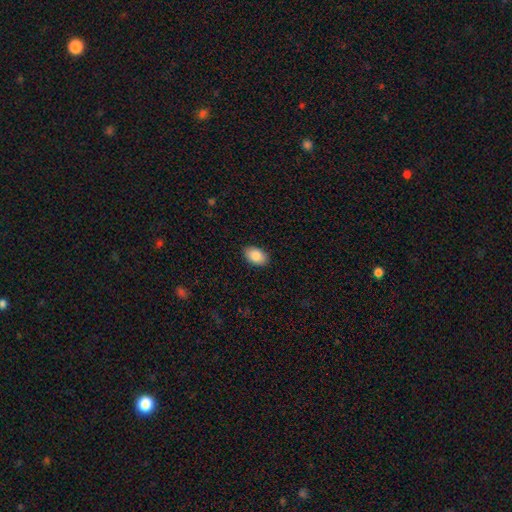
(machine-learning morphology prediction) type=smooth (87%); roundness=in between (90%); merging=none (89%).